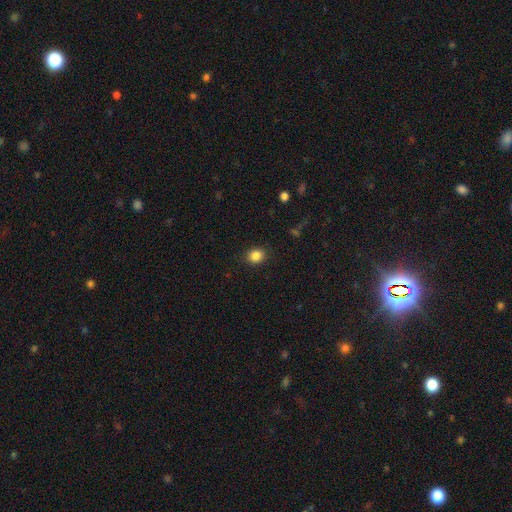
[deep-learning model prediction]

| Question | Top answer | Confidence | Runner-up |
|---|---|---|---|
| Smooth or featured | smooth | 86% | star or artifact (10%) |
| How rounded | round | 72% | in between (27%) |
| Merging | none | 88% | minor disturbance (8%) |